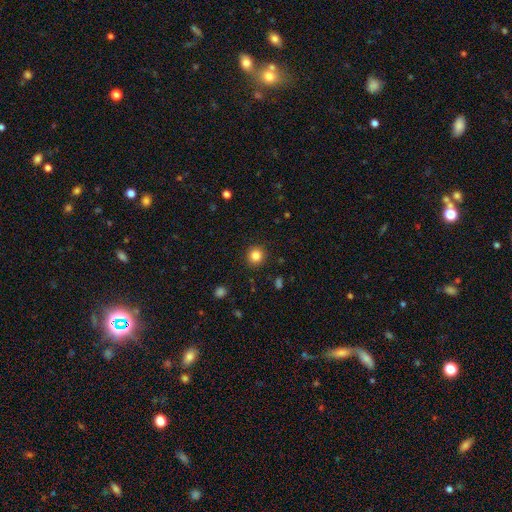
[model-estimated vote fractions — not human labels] Smooth or featured?
  - smooth: 84% *
  - star or artifact: 12%
  - featured or disk: 5%
How rounded?
  - round: 93% *
  - in between: 6%
  - cigar-shaped: 1%
Merging?
  - none: 91% *
  - minor disturbance: 6%
  - major disturbance: 2%
  - merger: 1%